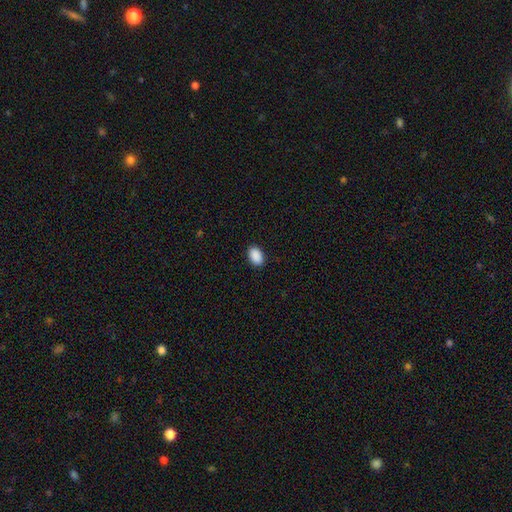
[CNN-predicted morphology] Smooth or featured: smooth — 91% (star or artifact — 7%)
How rounded: in between — 90% (round — 9%)
Merging: none — 90% (minor disturbance — 7%)